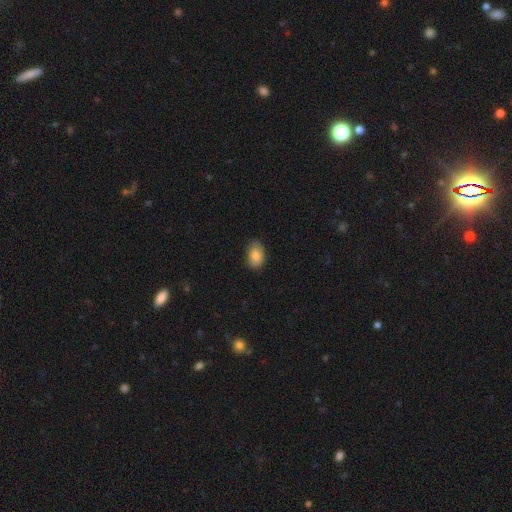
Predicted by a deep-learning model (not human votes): Smooth or featured?
  - smooth: 85% *
  - featured or disk: 8%
  - star or artifact: 7%
How rounded?
  - in between: 80% *
  - round: 19%
  - cigar-shaped: 1%
Merging?
  - none: 74% *
  - minor disturbance: 21%
  - major disturbance: 4%
  - merger: 1%